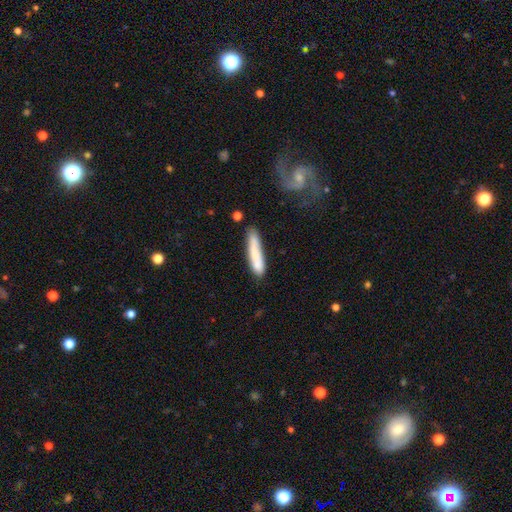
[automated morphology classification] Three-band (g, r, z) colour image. It shows a smooth galaxy with no disk features (72%) that is cigar-shaped (87%). Merging: none (68%).